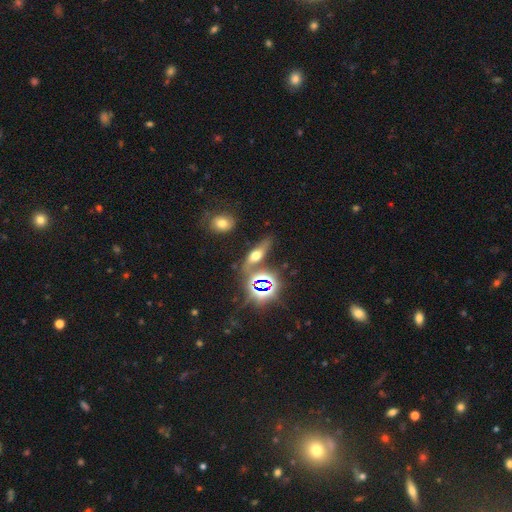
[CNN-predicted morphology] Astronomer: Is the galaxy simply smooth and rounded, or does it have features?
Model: smooth — 40% (runner-up: featured or disk, 31%).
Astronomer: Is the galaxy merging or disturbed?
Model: none — 65%.